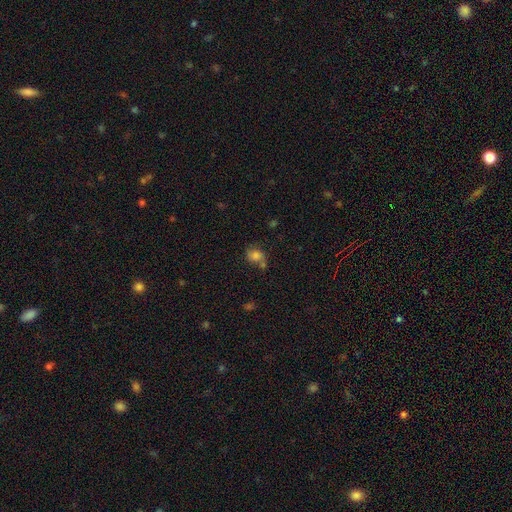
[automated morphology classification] Q: Smooth or featured?
A: smooth (75%); runner-up: star or artifact (13%)
Q: How rounded?
A: round (56%); runner-up: in between (42%)
Q: Merging?
A: none (49%); runner-up: merger (21%)